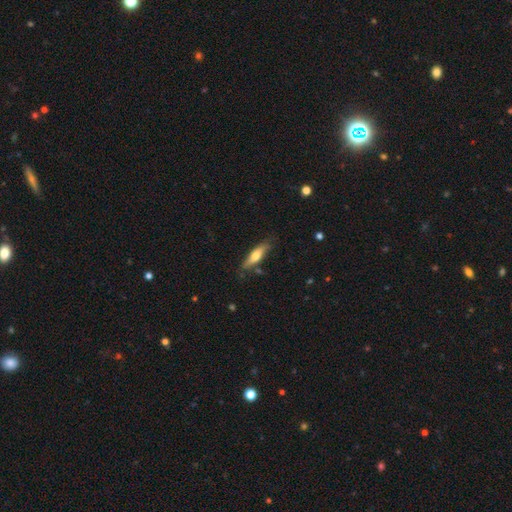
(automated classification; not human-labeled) Morphology: type=smooth (61%); roundness=cigar-shaped (62%); merging=none (74%).